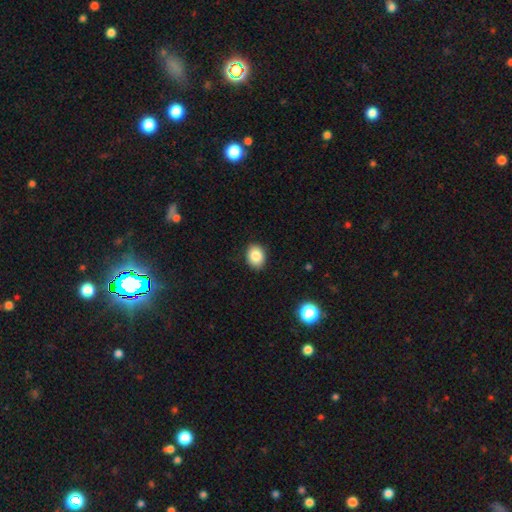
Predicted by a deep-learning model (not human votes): Smooth or featured? smooth (86%)
How rounded? in between (57%)
Merging? none (88%)